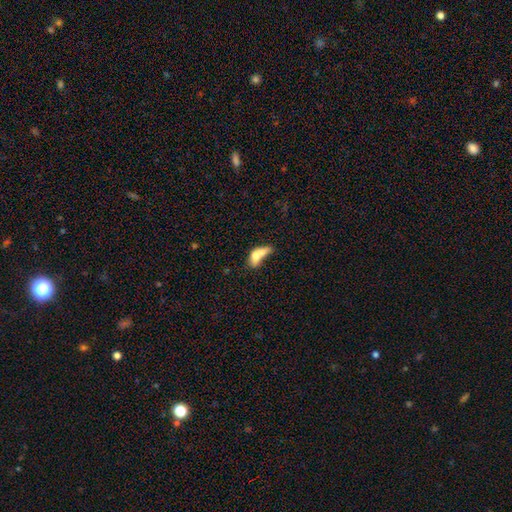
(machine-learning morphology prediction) Smooth or featured? Predicted: smooth (p=0.66). How rounded? Predicted: in between (p=0.73). Merging? Predicted: merger (p=0.49).